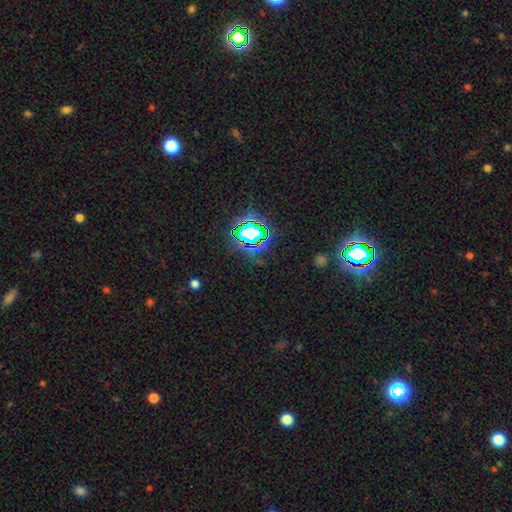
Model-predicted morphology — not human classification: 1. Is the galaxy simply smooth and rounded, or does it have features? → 79% star or artifact, 13% smooth, 8% featured or disk.